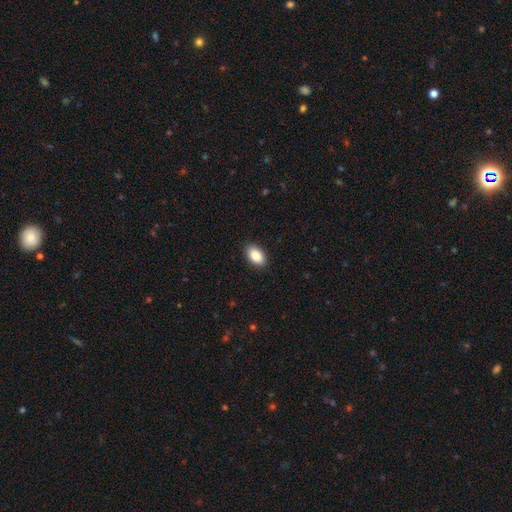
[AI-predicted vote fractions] Q: Smooth or featured?
A: smooth (88%); runner-up: star or artifact (7%)
Q: How rounded?
A: in between (92%); runner-up: round (6%)
Q: Merging?
A: none (90%); runner-up: minor disturbance (8%)